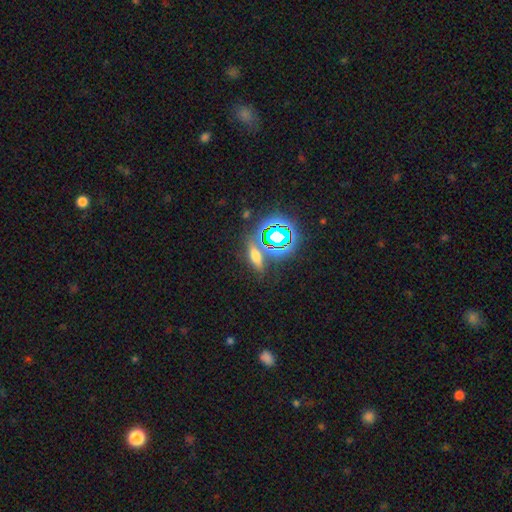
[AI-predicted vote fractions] Morphology: type=smooth (43%); merging=none (75%).